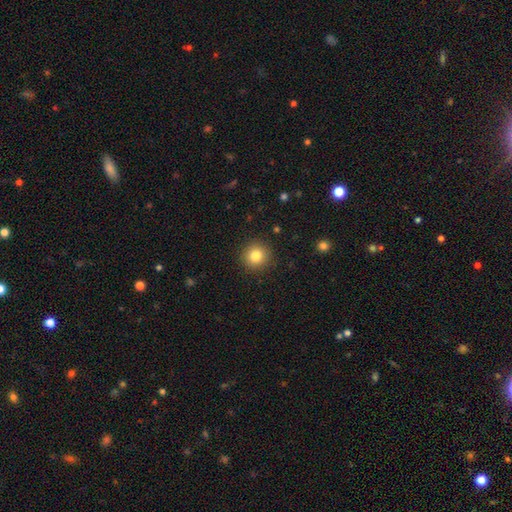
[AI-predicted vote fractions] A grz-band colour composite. It shows a smooth galaxy with no disk features (82%) that is round (94%). Merging: none (91%).